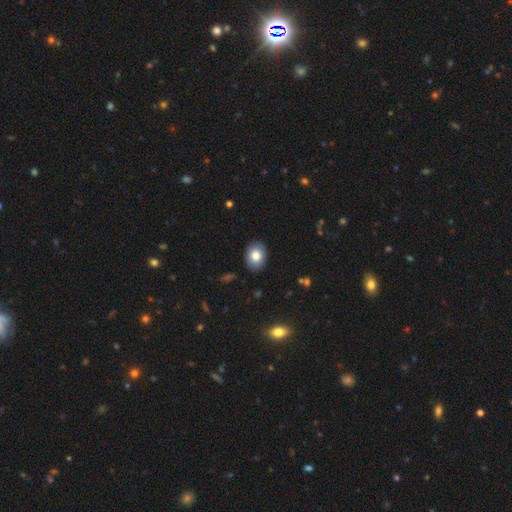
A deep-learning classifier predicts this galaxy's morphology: The model was most divided on "how rounded": in between: 65%, round: 34%, cigar-shaped: 1%. More confident: merging — none (89%); smooth or featured — smooth (82%).